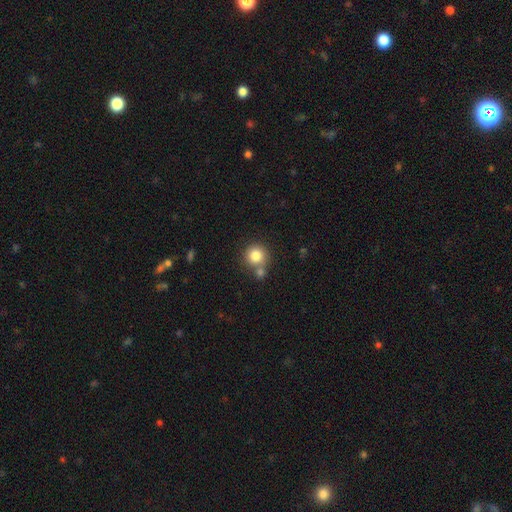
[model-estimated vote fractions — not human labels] smooth_or_featured: smooth (p=0.82) [alt: star or artifact p=0.10]
how_rounded: round (p=0.92) [alt: in between p=0.07]
merging: none (p=0.62) [alt: merger p=0.25]